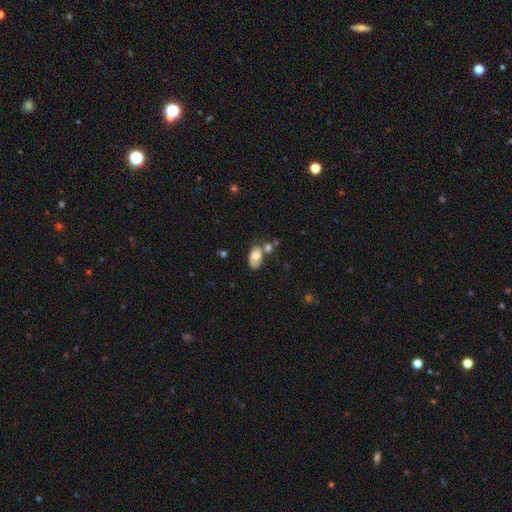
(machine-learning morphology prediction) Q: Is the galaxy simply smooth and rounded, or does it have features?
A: smooth — 65%.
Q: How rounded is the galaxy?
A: in between — 89%.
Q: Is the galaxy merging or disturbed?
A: none — 36%.